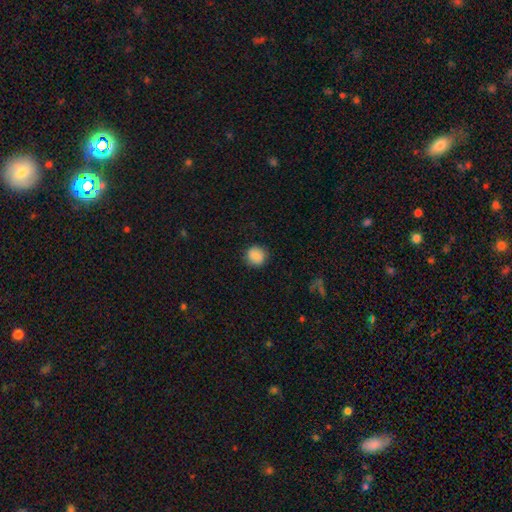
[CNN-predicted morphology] This appears to be a smooth galaxy with no disk features (88%) that is round (90%). Merging: none (88%).